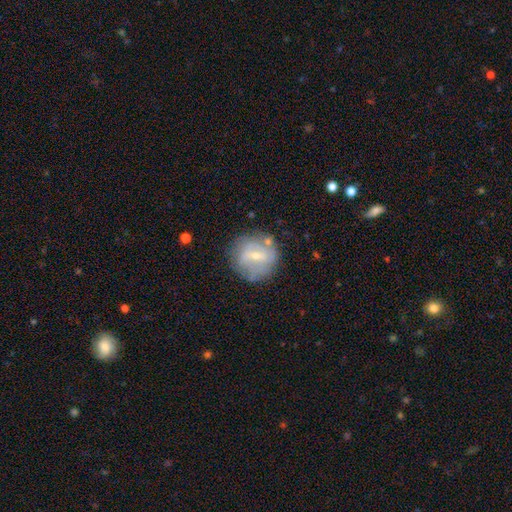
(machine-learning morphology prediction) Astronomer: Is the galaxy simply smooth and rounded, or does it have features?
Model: featured or disk — 61%.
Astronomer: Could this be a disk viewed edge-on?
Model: no — 96%.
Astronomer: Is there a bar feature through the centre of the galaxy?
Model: weak — 54%.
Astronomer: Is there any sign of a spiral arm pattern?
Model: yes — 63%.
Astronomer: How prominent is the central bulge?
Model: small — 64%.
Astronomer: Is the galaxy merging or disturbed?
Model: none — 70%.